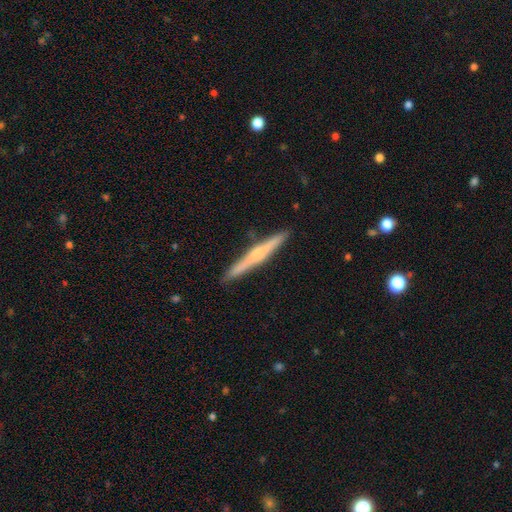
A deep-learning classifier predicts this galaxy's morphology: Smooth or featured? Predicted: featured or disk (p=0.62). Edge-on disk? Predicted: yes (p=0.98). Edge-on bulge? Predicted: rounded (p=0.68). Merging? Predicted: none (p=0.91).